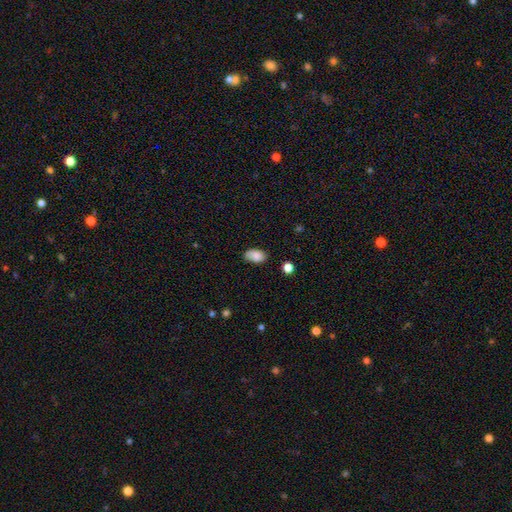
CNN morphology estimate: Smooth or featured? Predicted: smooth (p=0.80). How rounded? Predicted: in between (p=0.90). Merging? Predicted: none (p=0.66).